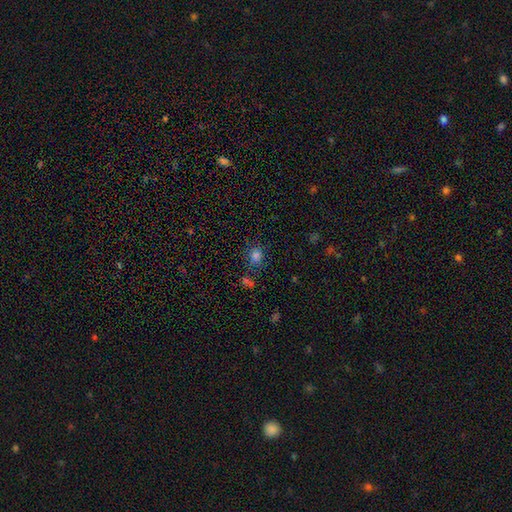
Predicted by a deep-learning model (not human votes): Smooth or featured: smooth — 75% (star or artifact — 19%)
How rounded: round — 75% (in between — 24%)
Merging: none — 75% (minor disturbance — 13%)